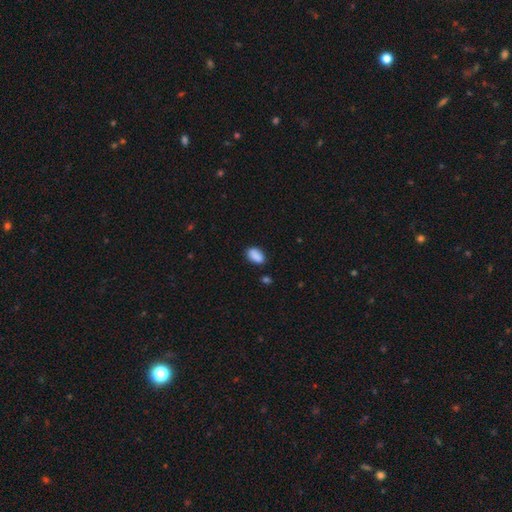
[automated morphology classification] Q: Smooth or featured?
A: smooth (88%); runner-up: star or artifact (8%)
Q: How rounded?
A: in between (91%); runner-up: round (7%)
Q: Merging?
A: none (79%); runner-up: minor disturbance (15%)